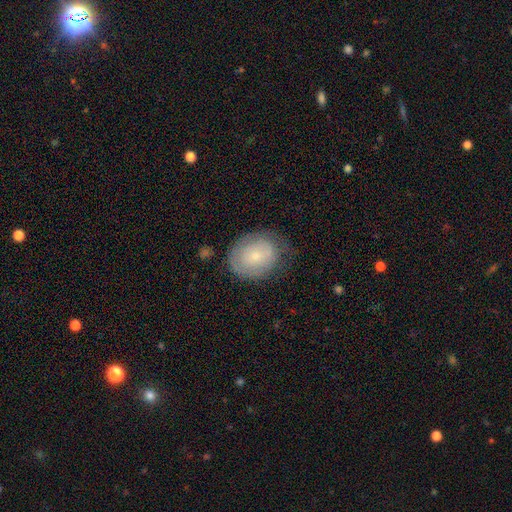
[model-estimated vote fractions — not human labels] Smooth or featured: smooth — 56% (featured or disk — 37%)
How rounded: in between — 50% (round — 49%)
Merging: none — 62% (minor disturbance — 27%)